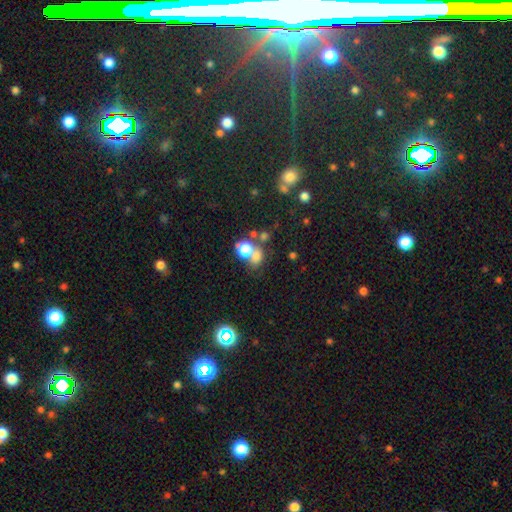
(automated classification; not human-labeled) Smooth or featured? Predicted: smooth (p=0.65). How rounded? Predicted: round (p=0.61). Merging? Predicted: none (p=0.45).